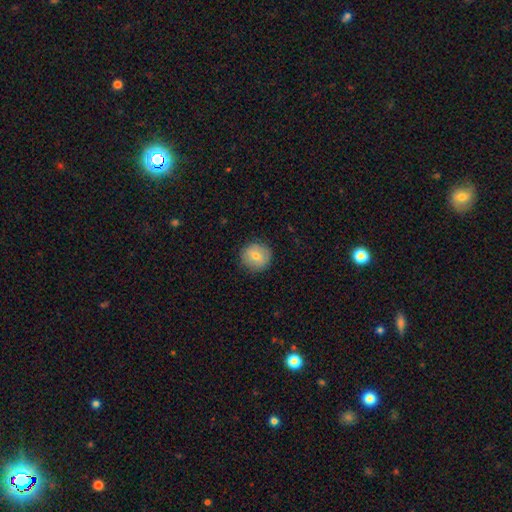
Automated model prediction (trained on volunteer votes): A smooth galaxy with no disk features (72%) that is round (88%).

Vote fractions:
- Smooth or featured? smooth: 72% / featured or disk: 20% / star or artifact: 8%
- How rounded? round: 88% / in between: 11% / cigar-shaped: 1%
- Merging? none: 86% / minor disturbance: 10% / major disturbance: 3% / merger: 1%